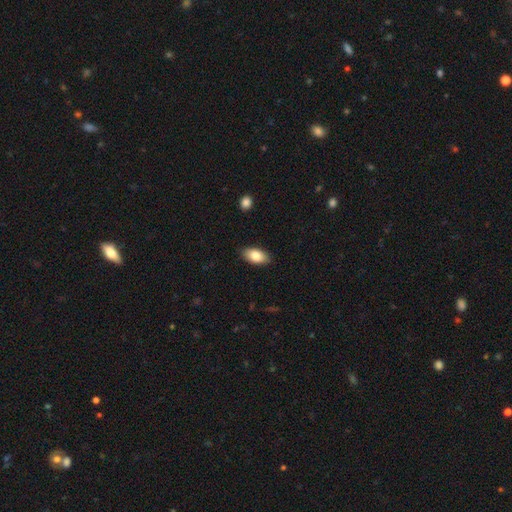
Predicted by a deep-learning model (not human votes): Smooth or featured? smooth (83%)
How rounded? in between (93%)
Merging? none (88%)